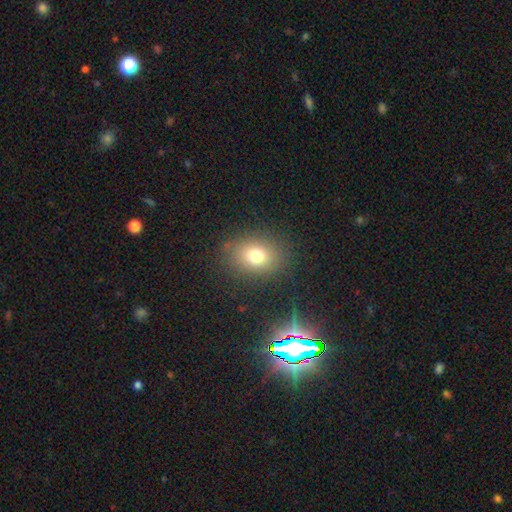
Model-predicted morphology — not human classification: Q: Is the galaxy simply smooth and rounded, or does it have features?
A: smooth — 75%.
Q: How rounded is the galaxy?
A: in between — 51%.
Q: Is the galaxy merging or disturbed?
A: none — 84%.